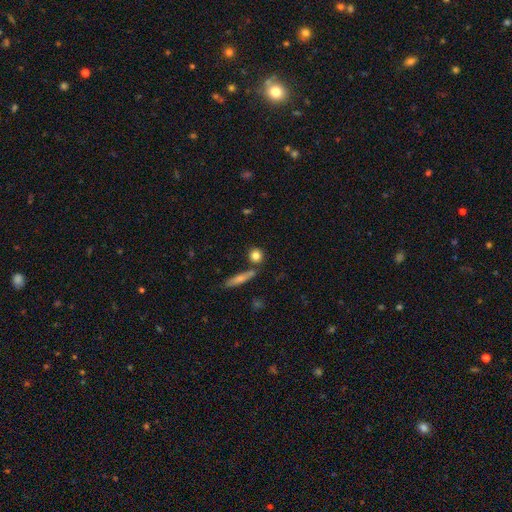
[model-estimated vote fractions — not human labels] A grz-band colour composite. It shows a smooth galaxy with no disk features (82%) that is round (79%). Merging: none (73%).